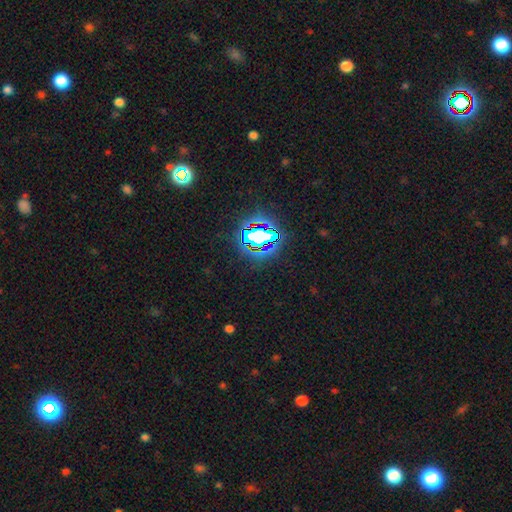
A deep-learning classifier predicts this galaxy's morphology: The model was most divided on "smooth or featured": star or artifact: 78%, smooth: 14%, featured or disk: 8%.